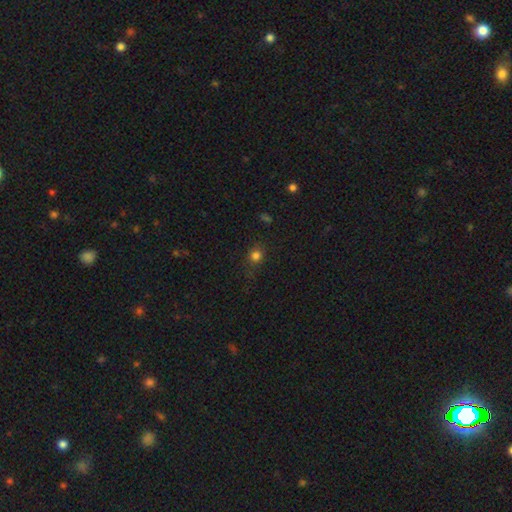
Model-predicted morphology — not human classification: A smooth galaxy with no disk features (78%) that is round (78%).

Vote fractions:
- Smooth or featured? smooth: 78% / star or artifact: 16% / featured or disk: 6%
- How rounded? round: 78% / in between: 21% / cigar-shaped: 1%
- Merging? none: 77% / minor disturbance: 15% / major disturbance: 6% / merger: 2%